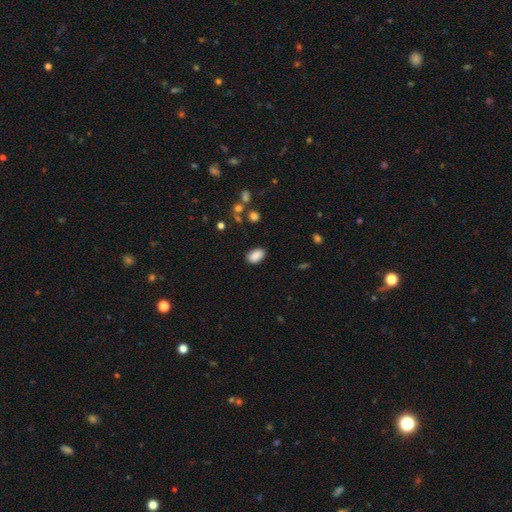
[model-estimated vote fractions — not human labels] Q: Smooth or featured?
A: smooth (88%); runner-up: star or artifact (8%)
Q: How rounded?
A: in between (90%); runner-up: round (8%)
Q: Merging?
A: none (86%); runner-up: minor disturbance (10%)